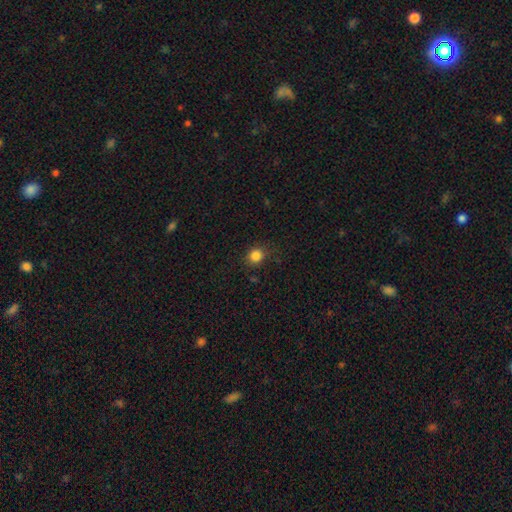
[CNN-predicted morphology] Smooth or featured? smooth (83%)
How rounded? round (79%)
Merging? none (82%)